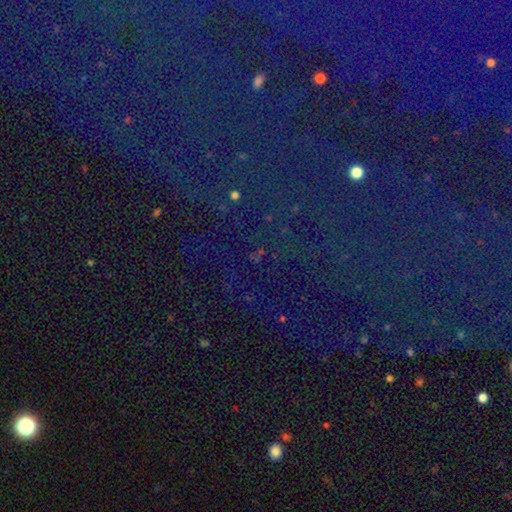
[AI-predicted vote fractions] The model was most divided on "smooth or featured": star or artifact: 85%, smooth: 8%, featured or disk: 7%.